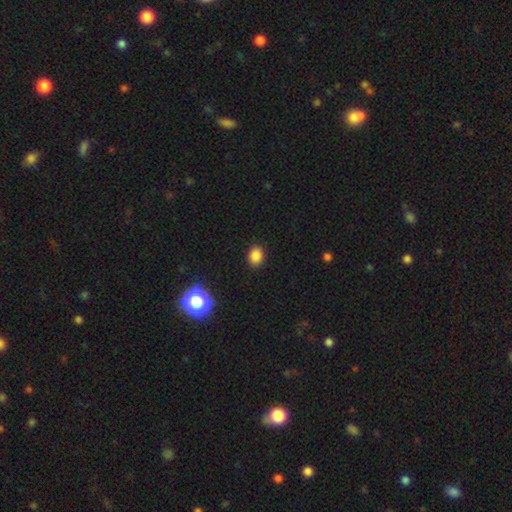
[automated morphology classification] Smooth or featured? Predicted: smooth (p=0.84). How rounded? Predicted: in between (p=0.61). Merging? Predicted: none (p=0.89).